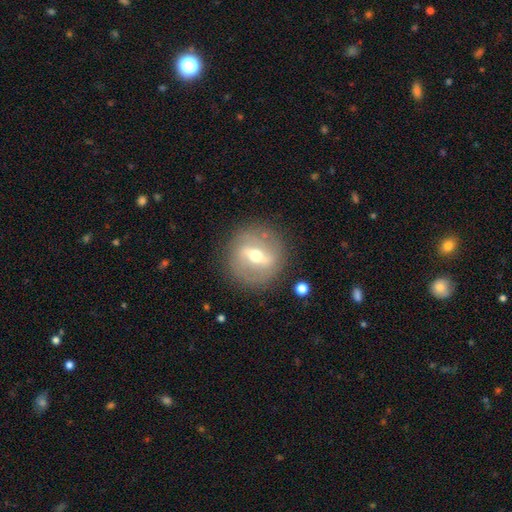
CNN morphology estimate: This appears to be a featured or disk galaxy (71%) with a strong bar (55%), spiral arms (53%) and a moderate central bulge (68%). Merging: none (84%).